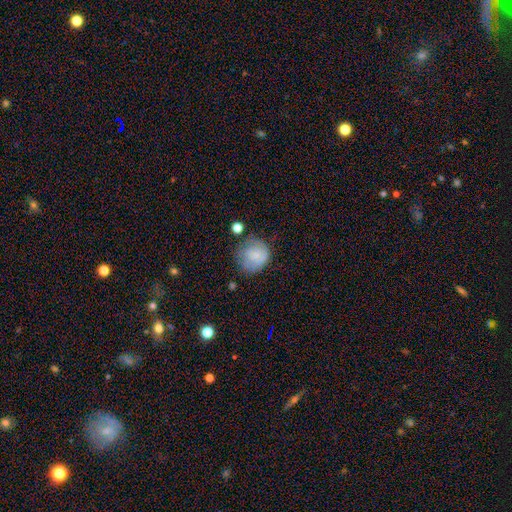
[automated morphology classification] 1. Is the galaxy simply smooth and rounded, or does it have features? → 68% smooth, 23% featured or disk, 8% star or artifact.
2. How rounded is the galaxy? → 84% round, 15% in between, 1% cigar-shaped.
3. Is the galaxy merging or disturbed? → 56% none, 27% minor disturbance, 13% major disturbance, 4% merger.